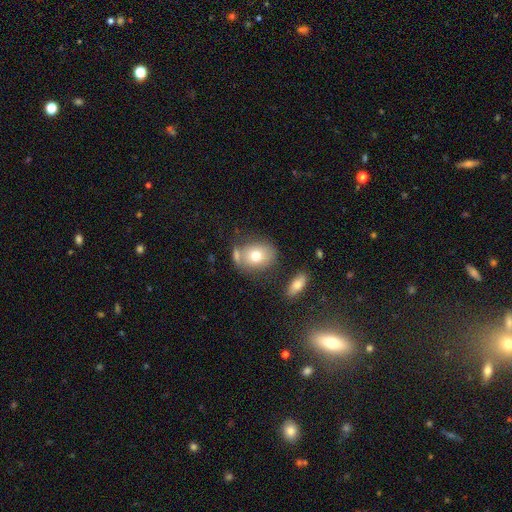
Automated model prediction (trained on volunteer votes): A smooth galaxy with no disk features (74%) that is in between round and cigar-shaped (57%). Merging: none (58%).